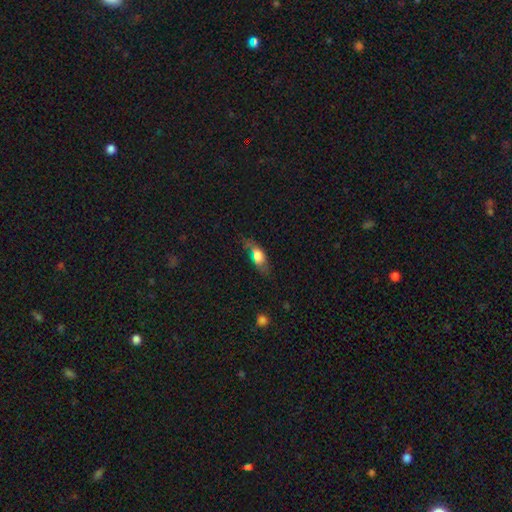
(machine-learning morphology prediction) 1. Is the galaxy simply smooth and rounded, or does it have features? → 63% smooth, 26% featured or disk, 12% star or artifact.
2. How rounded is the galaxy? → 69% in between, 26% cigar-shaped, 5% round.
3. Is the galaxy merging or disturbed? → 57% none, 26% minor disturbance, 14% major disturbance, 4% merger.